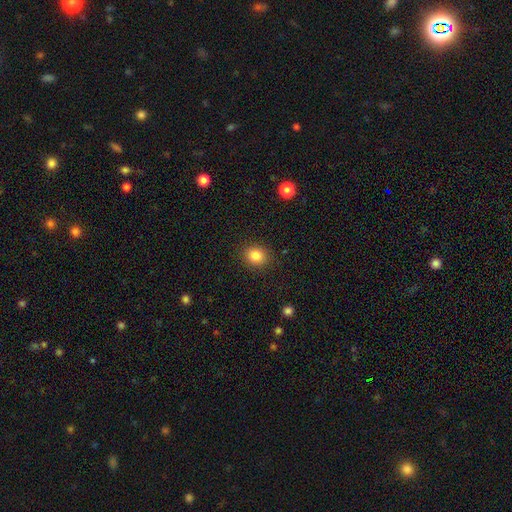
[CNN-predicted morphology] Smooth or featured?
  - smooth: 84% *
  - star or artifact: 10%
  - featured or disk: 5%
How rounded?
  - round: 77% *
  - in between: 22%
  - cigar-shaped: 1%
Merging?
  - none: 89% *
  - minor disturbance: 8%
  - major disturbance: 3%
  - merger: 1%